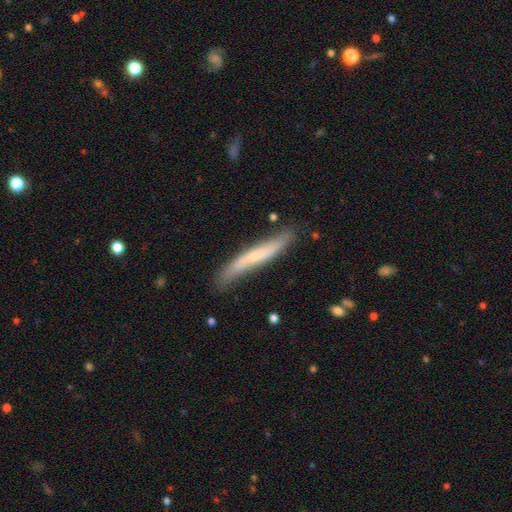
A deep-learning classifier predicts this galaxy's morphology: Overall: featured or disk (52%; smooth 42%). Edge-on disk: yes (74%). Merging: none (72%).